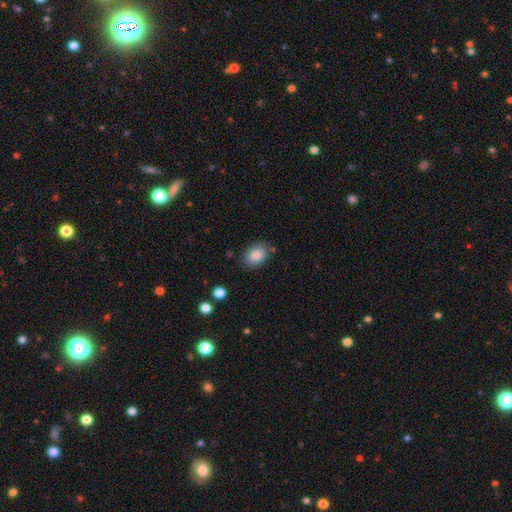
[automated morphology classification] smooth 85%, star or artifact 7%, featured or disk 7%. Down the decision tree: how rounded — in between (81%); merging — none (77%).